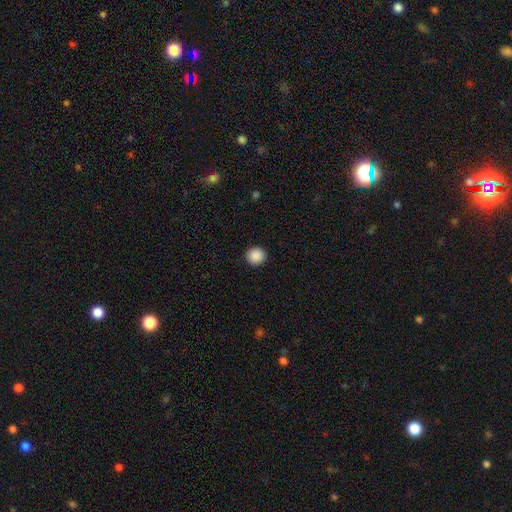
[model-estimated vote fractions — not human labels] Morphology: type=smooth (89%); roundness=round (90%); merging=none (92%).